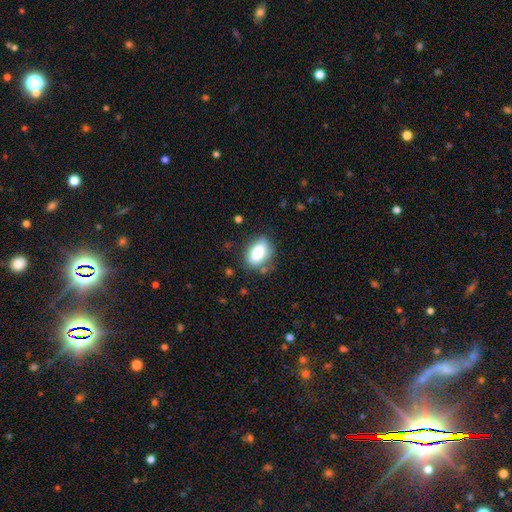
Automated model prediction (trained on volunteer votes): Smooth or featured? smooth (83%)
How rounded? in between (88%)
Merging? none (73%)